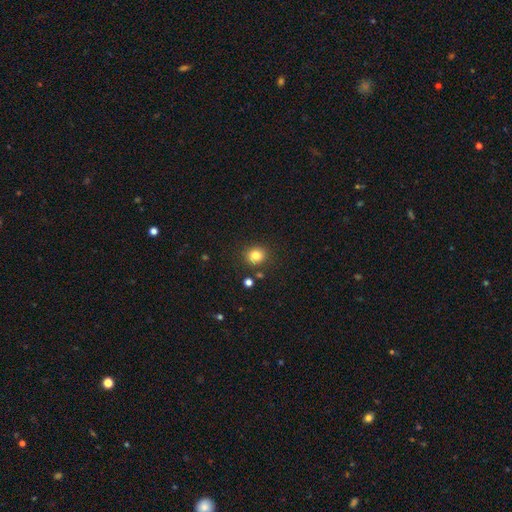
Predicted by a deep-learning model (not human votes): smooth-or-featured: smooth: 82% | star or artifact: 12% | featured or disk: 6%
  how-rounded: round: 80% | in between: 19% | cigar-shaped: 1%
  merging: none: 86% | minor disturbance: 8% | merger: 3% | major disturbance: 2%